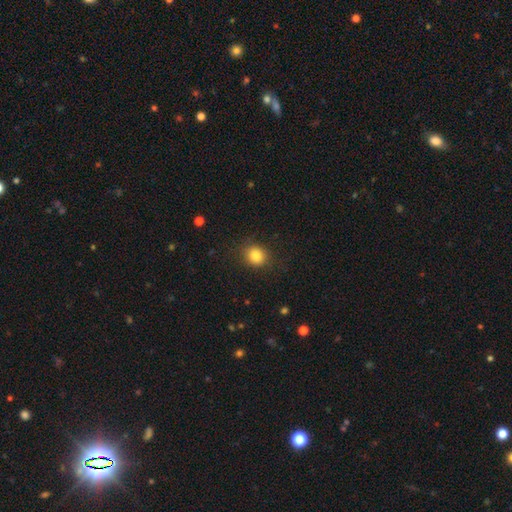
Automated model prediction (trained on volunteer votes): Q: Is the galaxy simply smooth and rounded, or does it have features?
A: smooth — 84%.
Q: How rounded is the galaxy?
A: round — 77%.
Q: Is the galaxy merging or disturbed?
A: none — 86%.